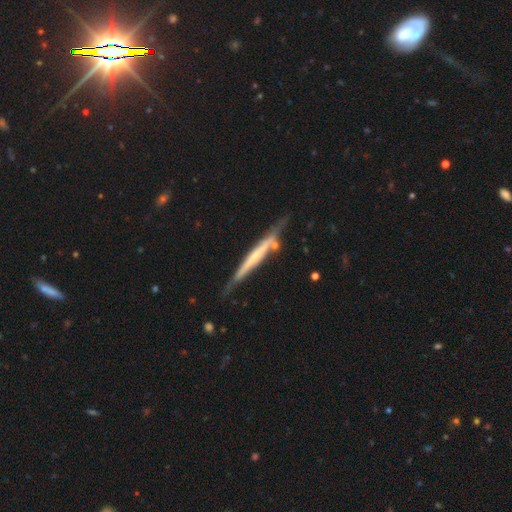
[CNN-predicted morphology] Smooth or featured?
  - featured or disk: 64% *
  - smooth: 30%
  - star or artifact: 6%
Edge-on disk?
  - yes: 93% *
  - no: 7%
Edge-on bulge?
  - none: 60% *
  - rounded: 28%
  - boxy: 12%
Merging?
  - none: 63% *
  - minor disturbance: 23%
  - merger: 8%
  - major disturbance: 6%